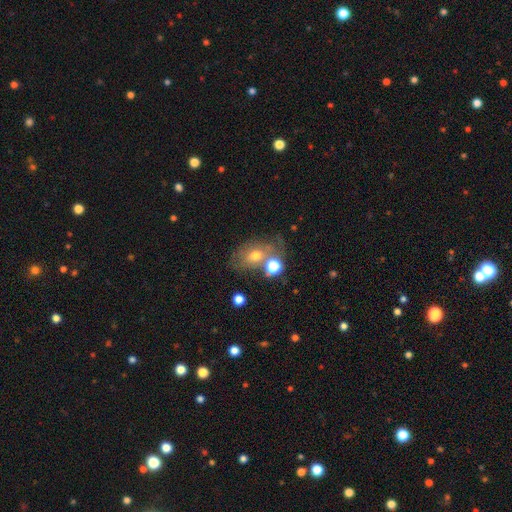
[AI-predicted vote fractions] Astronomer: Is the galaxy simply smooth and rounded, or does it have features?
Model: smooth — 59%.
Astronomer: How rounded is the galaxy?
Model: in between — 65%.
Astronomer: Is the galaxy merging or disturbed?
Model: none — 45% (runner-up: merger, 23%).